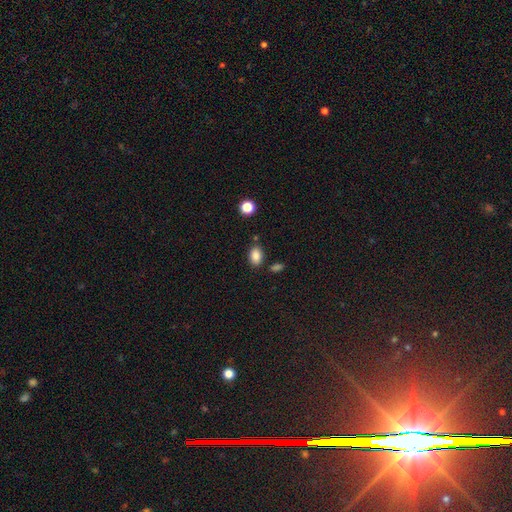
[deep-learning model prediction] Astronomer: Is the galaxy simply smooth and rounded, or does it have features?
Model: smooth — 85%.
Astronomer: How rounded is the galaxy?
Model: in between — 81%.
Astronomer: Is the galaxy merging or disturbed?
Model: none — 78%.